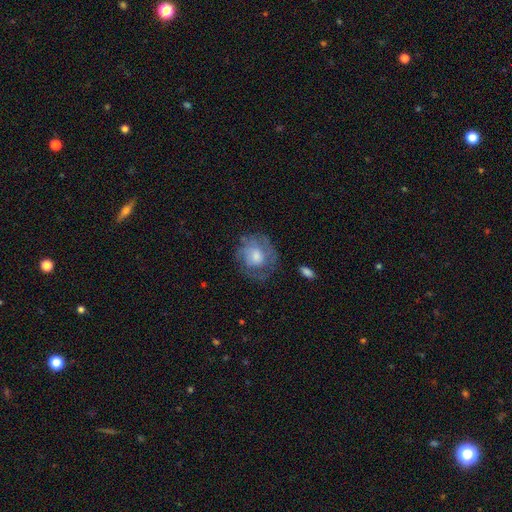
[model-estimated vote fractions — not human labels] Overall: featured or disk (63%; smooth 30%). Edge-on disk: no (97%). Bar: no (72%). Spiral arms: yes (77%). Bulge size: moderate (50%; large 22%). Merging: none (66%).